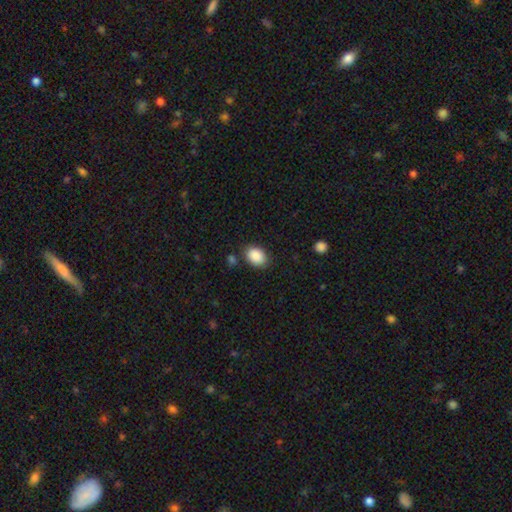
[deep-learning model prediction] A smooth galaxy with no disk features (89%) that is in between round and cigar-shaped (73%).

Vote fractions:
- Smooth or featured? smooth: 89% / star or artifact: 7% / featured or disk: 4%
- How rounded? in between: 73% / round: 26% / cigar-shaped: 1%
- Merging? none: 80% / minor disturbance: 13% / major disturbance: 4% / merger: 3%